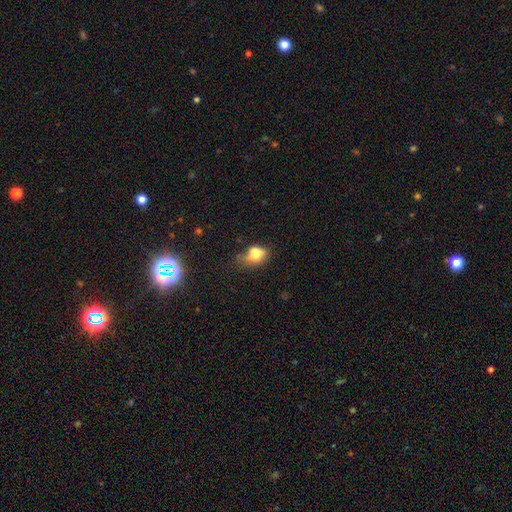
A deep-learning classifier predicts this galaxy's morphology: Smooth or featured? smooth (65%)
How rounded? in between (64%)
Merging? merger (35%)